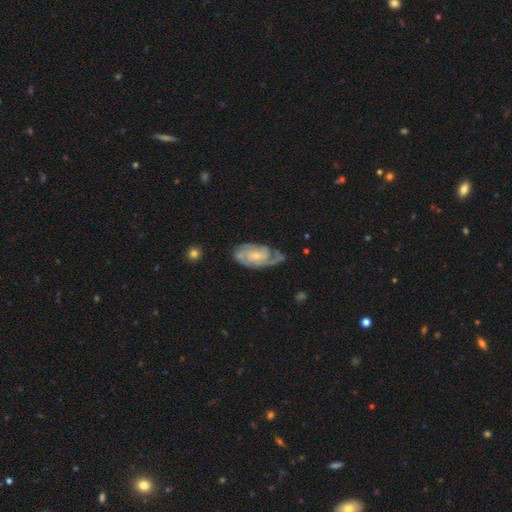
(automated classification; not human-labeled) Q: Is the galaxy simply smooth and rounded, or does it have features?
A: featured or disk — 85%.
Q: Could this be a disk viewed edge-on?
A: no — 96%.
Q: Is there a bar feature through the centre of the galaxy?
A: no — 62%.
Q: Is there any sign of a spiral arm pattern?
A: yes — 96%.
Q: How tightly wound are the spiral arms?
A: tight — 60%.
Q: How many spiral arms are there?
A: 2 — 42%.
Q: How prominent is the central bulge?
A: small — 66%.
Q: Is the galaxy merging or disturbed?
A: none — 62%.